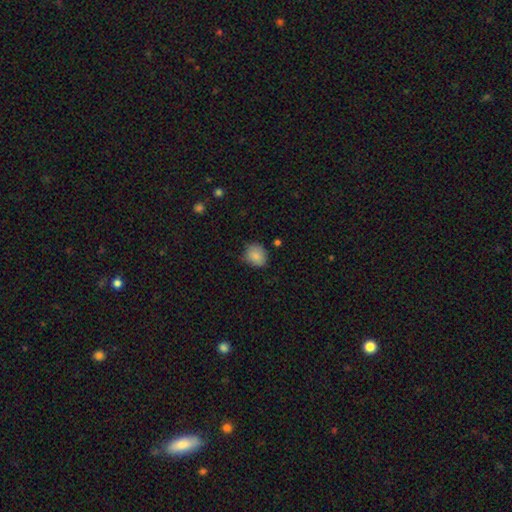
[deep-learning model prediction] Q: Smooth or featured?
A: smooth (82%); runner-up: star or artifact (9%)
Q: How rounded?
A: round (70%); runner-up: in between (30%)
Q: Merging?
A: none (70%); runner-up: minor disturbance (24%)